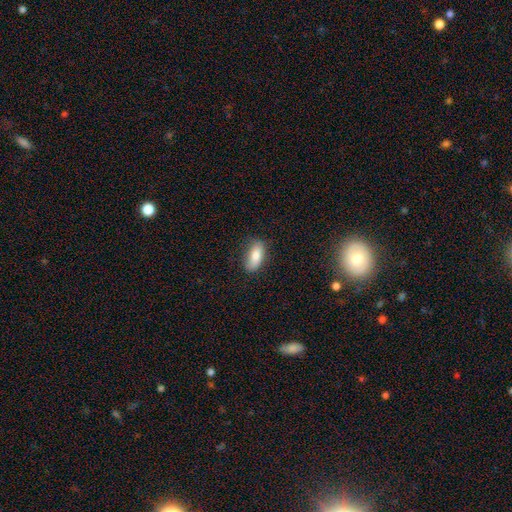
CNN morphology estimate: A smooth galaxy with no disk features (83%) that is in between round and cigar-shaped (86%). Merging: none (73%).